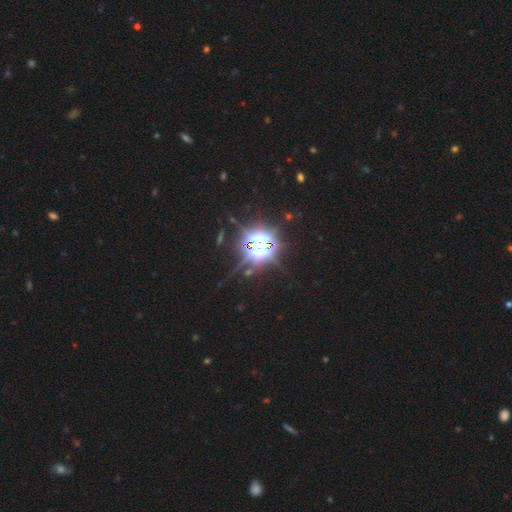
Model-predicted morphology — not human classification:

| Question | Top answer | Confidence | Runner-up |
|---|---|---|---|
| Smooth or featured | star or artifact | 85% | smooth (9%) |